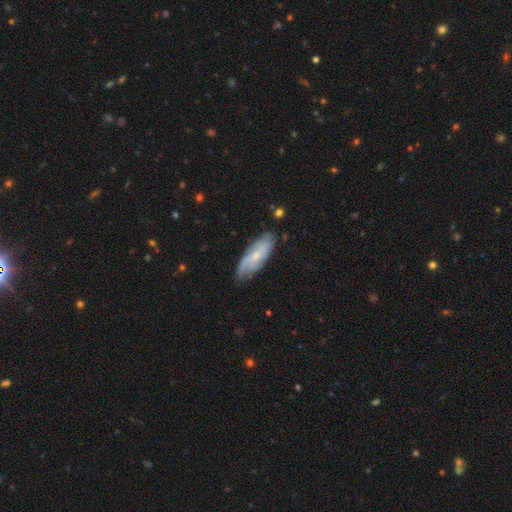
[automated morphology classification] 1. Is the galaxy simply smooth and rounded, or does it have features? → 56% featured or disk, 37% smooth, 6% star or artifact.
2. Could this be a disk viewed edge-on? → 81% no, 19% yes.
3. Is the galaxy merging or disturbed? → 74% none, 20% minor disturbance, 4% major disturbance, 2% merger.